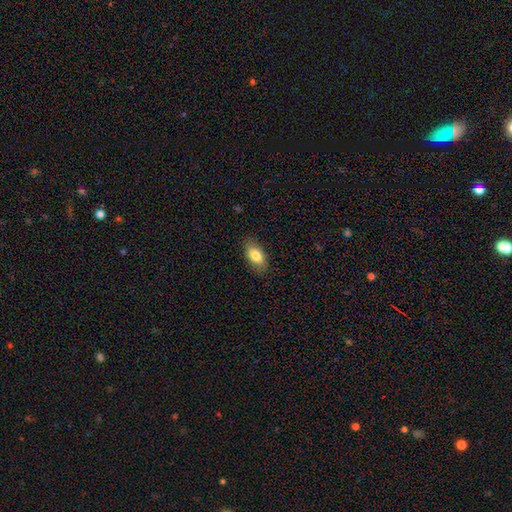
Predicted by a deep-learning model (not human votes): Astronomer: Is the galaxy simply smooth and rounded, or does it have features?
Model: smooth — 82%.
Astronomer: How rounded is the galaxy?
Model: in between — 91%.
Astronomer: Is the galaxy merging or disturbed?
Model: none — 84%.